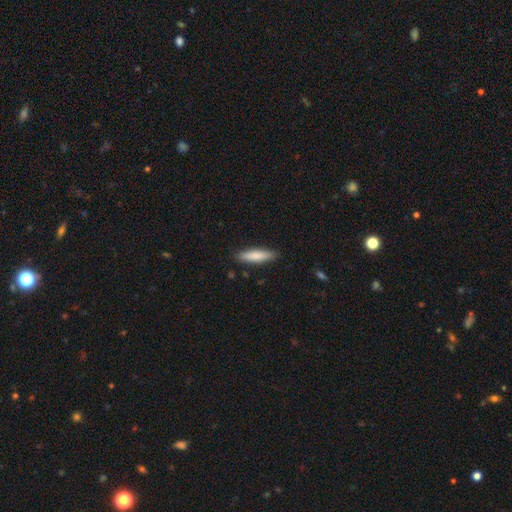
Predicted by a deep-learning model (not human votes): Q: Smooth or featured?
A: smooth (80%); runner-up: featured or disk (14%)
Q: How rounded?
A: cigar-shaped (77%); runner-up: in between (21%)
Q: Merging?
A: none (87%); runner-up: minor disturbance (10%)